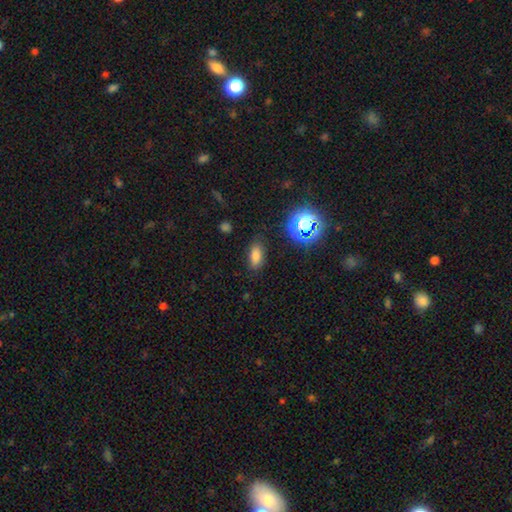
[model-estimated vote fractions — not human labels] Overall: smooth (73%). How rounded: in between (85%). Merging: none (81%).